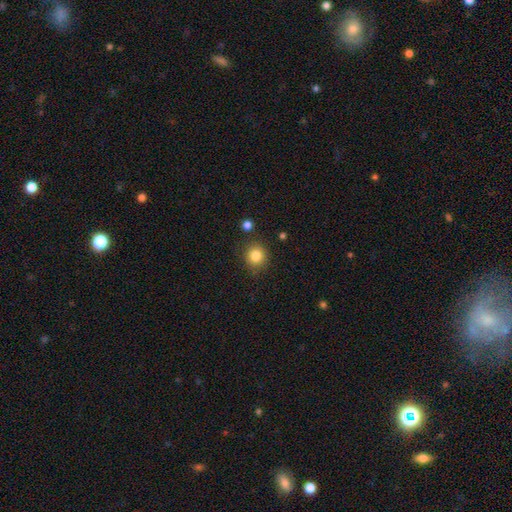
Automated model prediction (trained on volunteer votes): This appears to be a smooth galaxy with no disk features (84%) that is round (88%). Merging: none (86%).